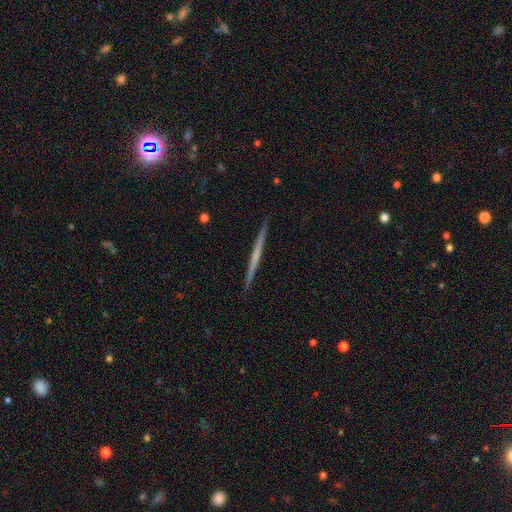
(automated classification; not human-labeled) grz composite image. It shows a featured or disk galaxy (61%) viewed edge-on (98%) with no central bulge (85%). Merging: none (93%).